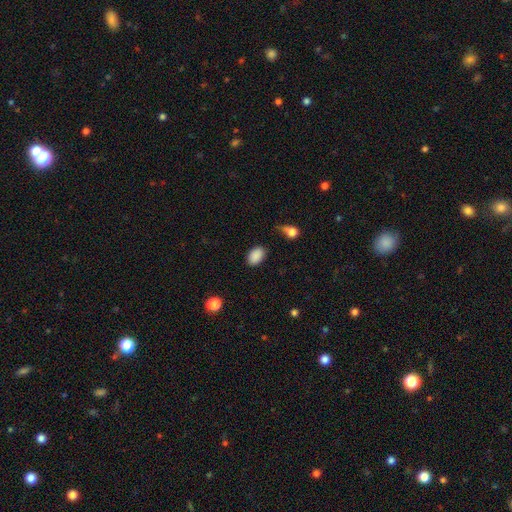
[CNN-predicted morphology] smooth 88%, star or artifact 8%, featured or disk 4%. Down the decision tree: how rounded — in between (85%); merging — none (82%).